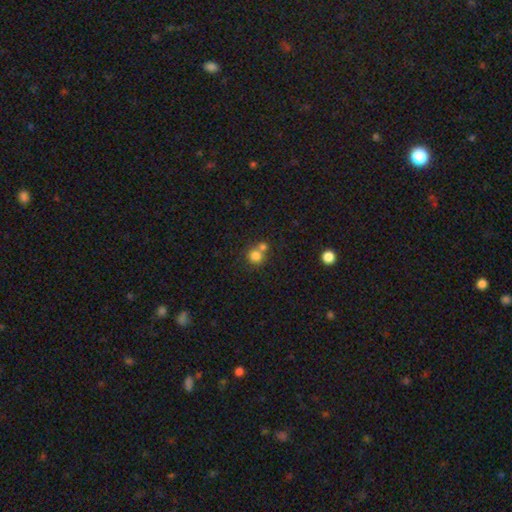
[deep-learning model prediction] Q: Smooth or featured?
A: smooth (79%); runner-up: star or artifact (12%)
Q: How rounded?
A: round (87%); runner-up: in between (12%)
Q: Merging?
A: none (46%); runner-up: merger (44%)